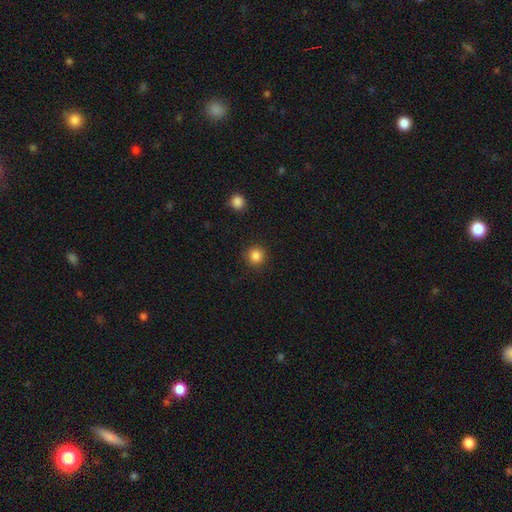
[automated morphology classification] smooth-or-featured: smooth: 85% | star or artifact: 11% | featured or disk: 4%
  how-rounded: round: 93% | in between: 6% | cigar-shaped: 1%
  merging: none: 91% | minor disturbance: 6% | major disturbance: 2% | merger: 1%